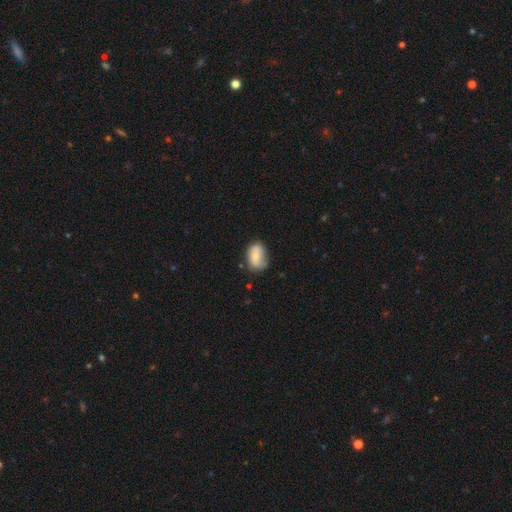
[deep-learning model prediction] This is likely a smooth galaxy (61%). How rounded: clearly in between (81%). Merging: possibly none (60%).